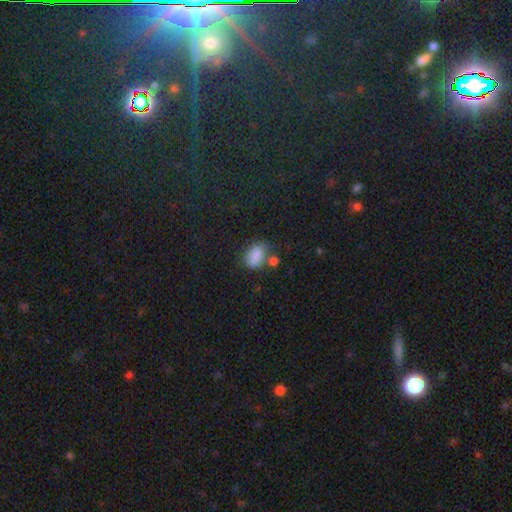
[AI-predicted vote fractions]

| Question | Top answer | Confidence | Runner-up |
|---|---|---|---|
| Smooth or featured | smooth | 82% | star or artifact (11%) |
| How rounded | in between | 79% | round (19%) |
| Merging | none | 47% | minor disturbance (24%) |